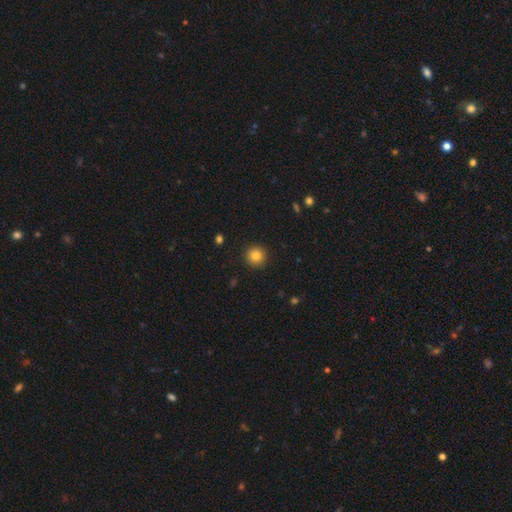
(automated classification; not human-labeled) smooth-or-featured: smooth: 83% | star or artifact: 11% | featured or disk: 7%
  how-rounded: round: 95% | in between: 4% | cigar-shaped: 1%
  merging: none: 92% | minor disturbance: 5% | major disturbance: 2% | merger: 1%